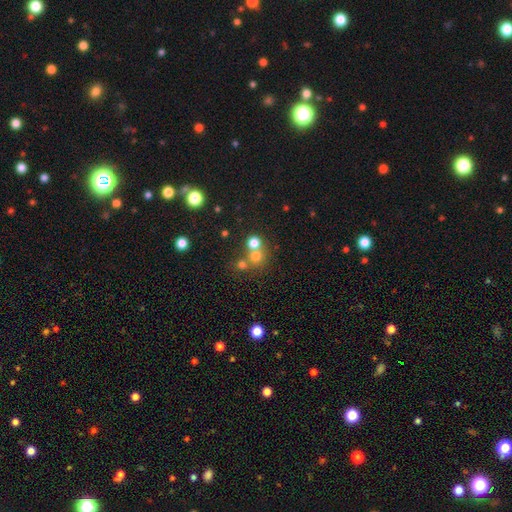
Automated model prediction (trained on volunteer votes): Morphology: type=smooth (70%); roundness=round (88%); merging=none (50%).